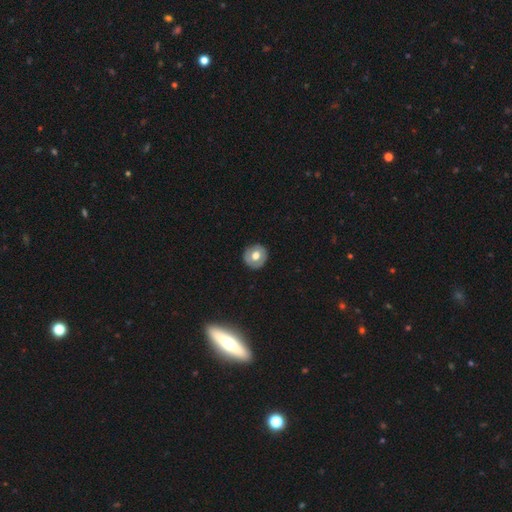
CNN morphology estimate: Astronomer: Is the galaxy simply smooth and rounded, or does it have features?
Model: smooth — 59%.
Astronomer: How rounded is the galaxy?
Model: round — 91%.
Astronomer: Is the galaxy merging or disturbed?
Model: none — 88%.